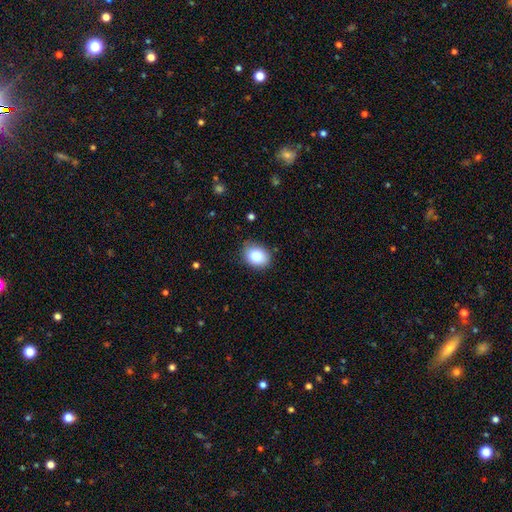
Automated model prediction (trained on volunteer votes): This is clearly a smooth galaxy (84%). How rounded: likely in between (63%). Merging: clearly none (82%).